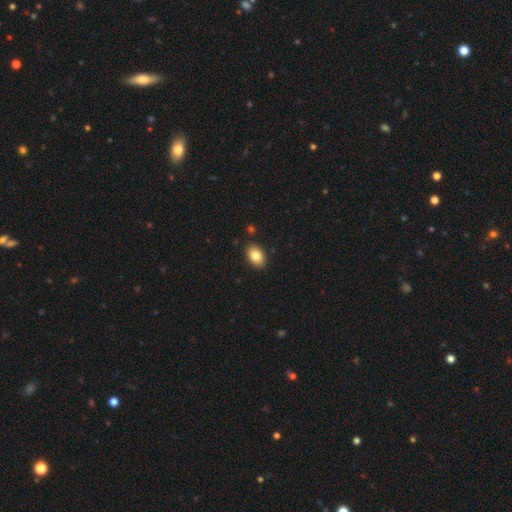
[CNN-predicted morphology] This is clearly a smooth galaxy (83%). How rounded: clearly in between (88%). Merging: clearly none (88%).